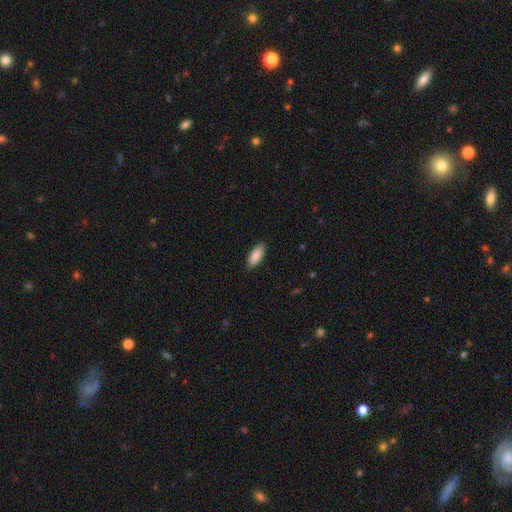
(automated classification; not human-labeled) Overall: smooth (89%). How rounded: in between (77%). Merging: none (88%).